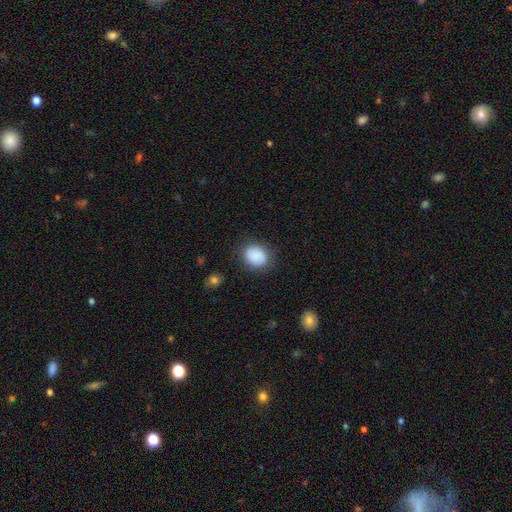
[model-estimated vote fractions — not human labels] Smooth or featured? Predicted: smooth (p=0.87). How rounded? Predicted: round (p=0.56). Merging? Predicted: none (p=0.82).